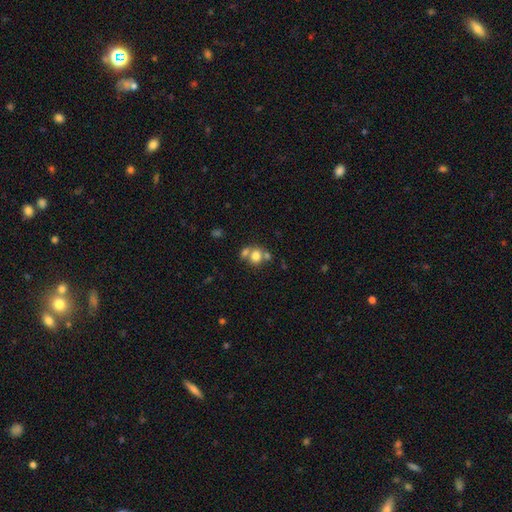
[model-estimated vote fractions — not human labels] smooth-or-featured: smooth: 74% | featured or disk: 14% | star or artifact: 12%
  how-rounded: round: 67% | in between: 32% | cigar-shaped: 1%
  merging: merger: 45% | none: 41% | minor disturbance: 9% | major disturbance: 5%